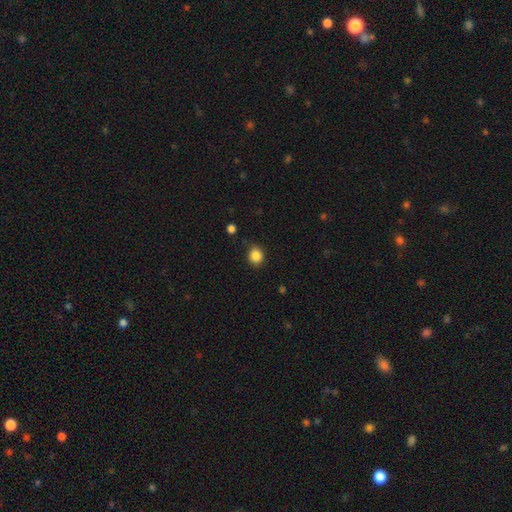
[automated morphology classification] smooth 86%, star or artifact 10%, featured or disk 3%. Down the decision tree: how rounded — round (72%); merging — none (82%).